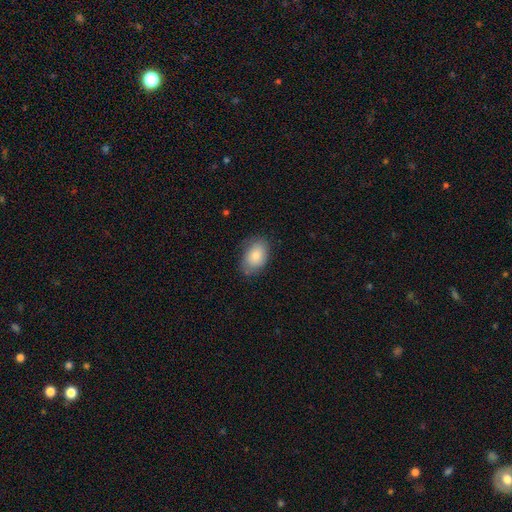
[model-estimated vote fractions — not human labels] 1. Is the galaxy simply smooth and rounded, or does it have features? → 82% smooth, 11% featured or disk, 7% star or artifact.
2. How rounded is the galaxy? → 89% in between, 10% round, 1% cigar-shaped.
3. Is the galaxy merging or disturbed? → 74% none, 21% minor disturbance, 4% major disturbance, 1% merger.